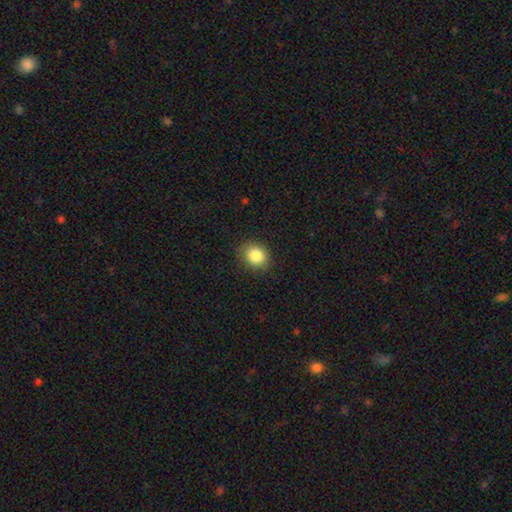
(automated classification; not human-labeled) smooth 85%, star or artifact 10%, featured or disk 6%. Down the decision tree: how rounded — round (60%); merging — none (83%).